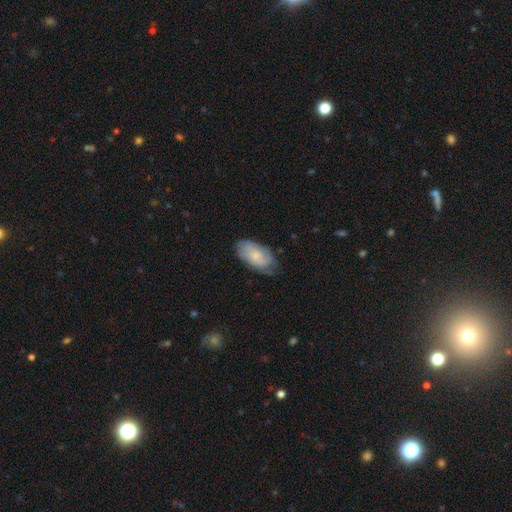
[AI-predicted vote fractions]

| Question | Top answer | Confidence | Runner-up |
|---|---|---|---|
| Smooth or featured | smooth | 59% | featured or disk (35%) |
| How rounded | in between | 94% | round (3%) |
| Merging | none | 64% | minor disturbance (28%) |